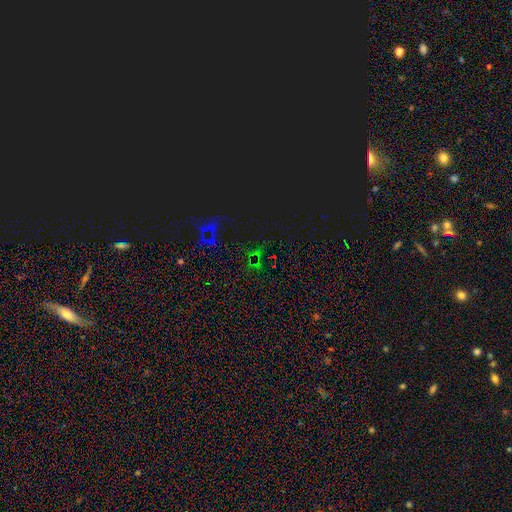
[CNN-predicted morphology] Overall: star or artifact (79%).